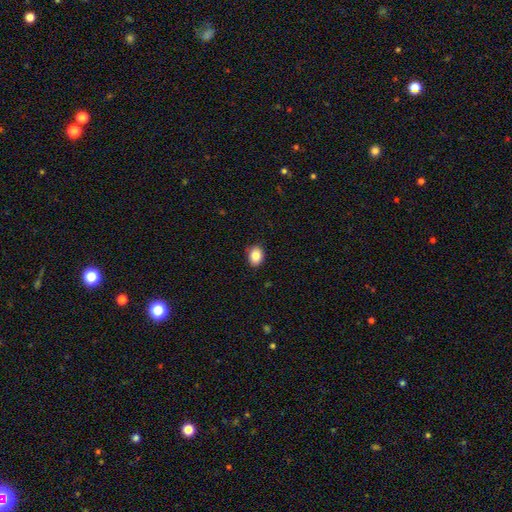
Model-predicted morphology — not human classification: Q: Smooth or featured?
A: smooth (85%); runner-up: star or artifact (9%)
Q: How rounded?
A: in between (59%); runner-up: round (40%)
Q: Merging?
A: none (88%); runner-up: minor disturbance (10%)